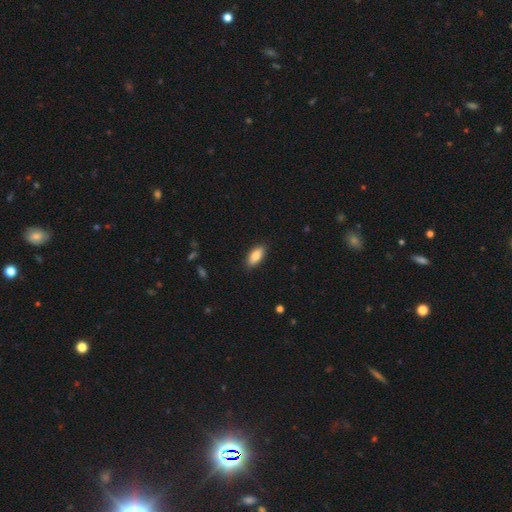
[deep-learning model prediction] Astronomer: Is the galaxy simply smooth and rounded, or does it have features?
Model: smooth — 83%.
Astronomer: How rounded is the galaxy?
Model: in between — 86%.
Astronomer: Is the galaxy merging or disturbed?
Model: none — 87%.